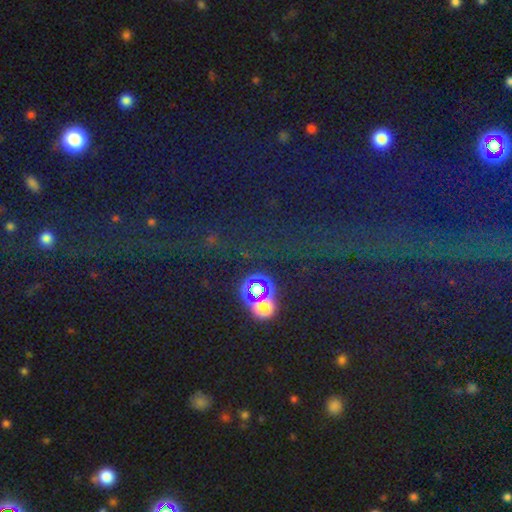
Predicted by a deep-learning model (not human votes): Overall: star or artifact (71%).